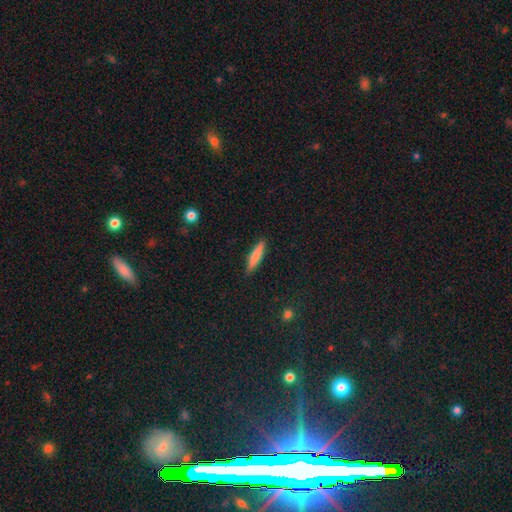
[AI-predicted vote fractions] This appears to be a smooth galaxy with no disk features (74%) that is cigar-shaped (85%). Merging: none (90%).